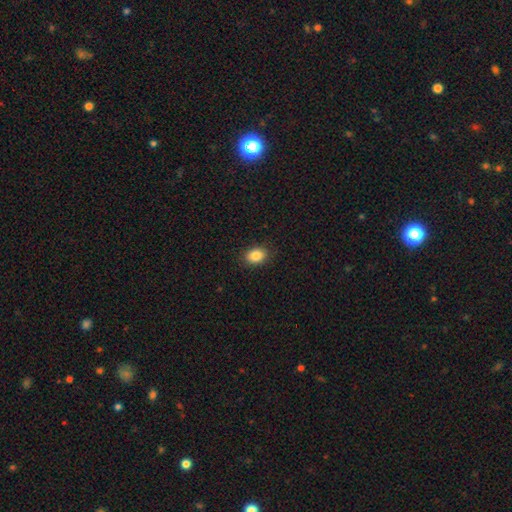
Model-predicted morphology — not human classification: Q: Smooth or featured?
A: smooth (87%); runner-up: star or artifact (9%)
Q: How rounded?
A: in between (72%); runner-up: round (27%)
Q: Merging?
A: none (88%); runner-up: minor disturbance (9%)